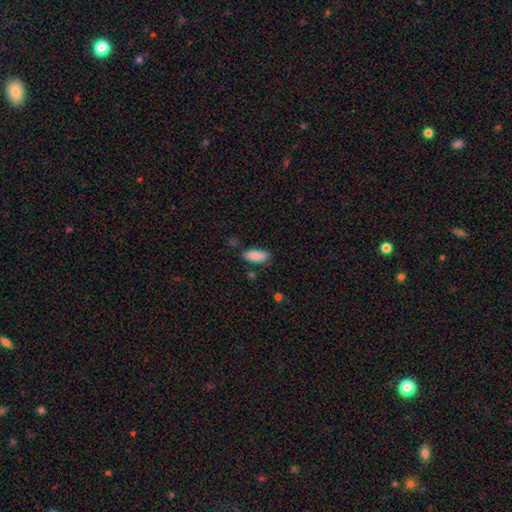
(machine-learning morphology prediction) This appears to be a smooth galaxy with no disk features (88%) that is in between round and cigar-shaped (81%). Merging: none (71%).